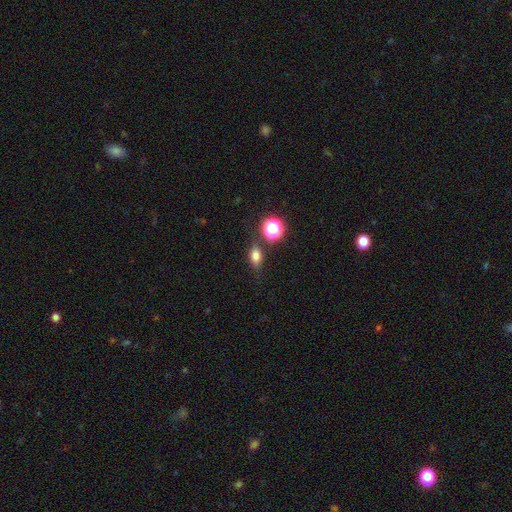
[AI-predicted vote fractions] A smooth galaxy with no disk features (73%) that is in between round and cigar-shaped (68%). Merging: none (73%).